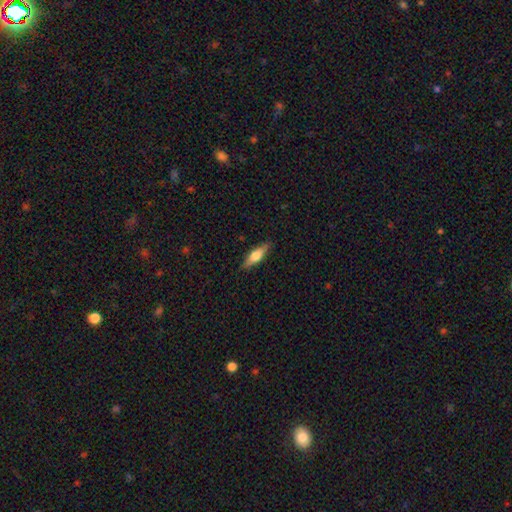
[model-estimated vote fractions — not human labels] Q: Smooth or featured?
A: smooth (52%); runner-up: featured or disk (42%)
Q: How rounded?
A: cigar-shaped (59%); runner-up: in between (39%)
Q: Merging?
A: none (88%); runner-up: minor disturbance (9%)